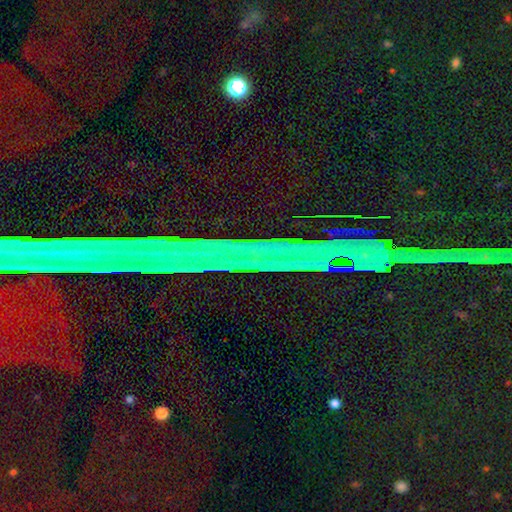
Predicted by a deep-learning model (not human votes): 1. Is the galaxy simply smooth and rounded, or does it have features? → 86% star or artifact, 7% featured or disk, 6% smooth.